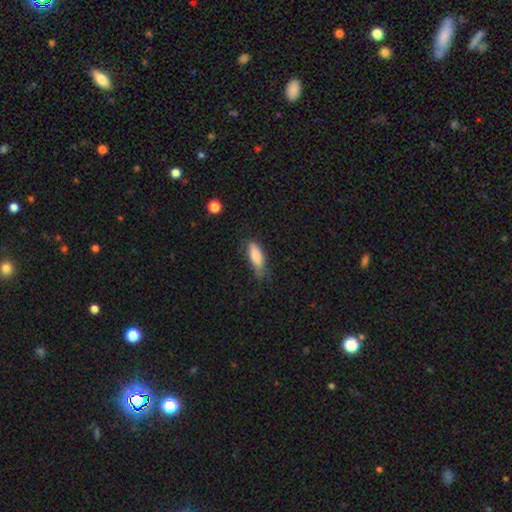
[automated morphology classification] The model was most divided on "merging": none: 58%, minor disturbance: 30%, major disturbance: 9%, merger: 2%. More confident: smooth or featured — smooth (83%); how rounded — in between (68%).